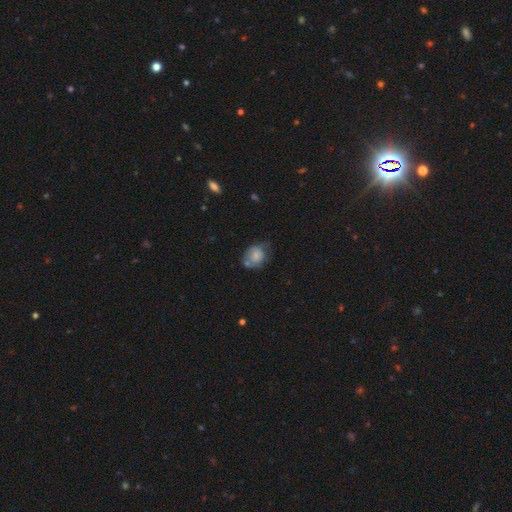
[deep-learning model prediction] Q: Smooth or featured?
A: smooth (65%); runner-up: featured or disk (26%)
Q: How rounded?
A: in between (52%); runner-up: round (47%)
Q: Merging?
A: none (39%); runner-up: minor disturbance (33%)